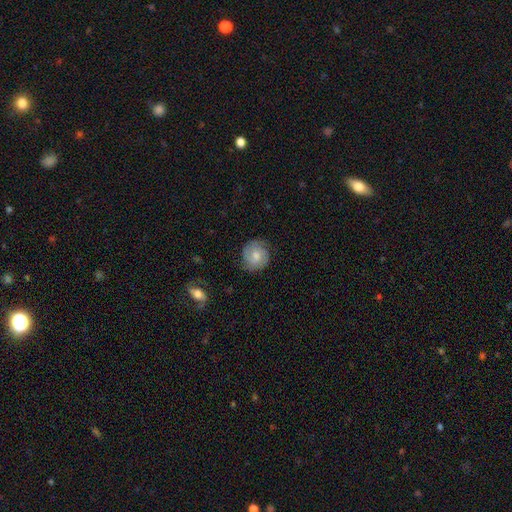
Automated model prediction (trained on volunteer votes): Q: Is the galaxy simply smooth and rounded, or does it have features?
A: smooth — 48%.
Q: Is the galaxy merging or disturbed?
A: none — 81%.